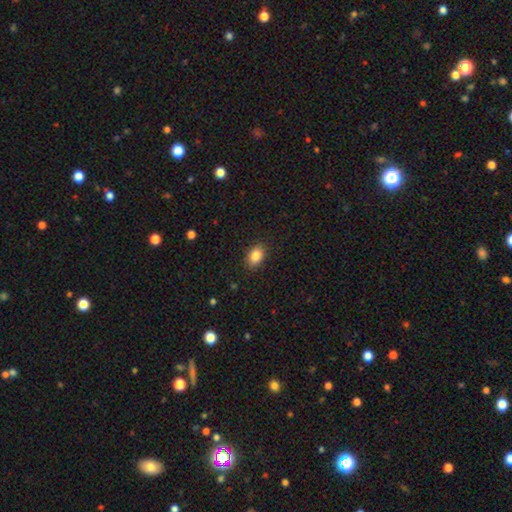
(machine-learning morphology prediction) smooth-or-featured: smooth: 85% | star or artifact: 9% | featured or disk: 6%
  how-rounded: in between: 83% | round: 16% | cigar-shaped: 1%
  merging: none: 88% | minor disturbance: 9% | major disturbance: 2% | merger: 1%